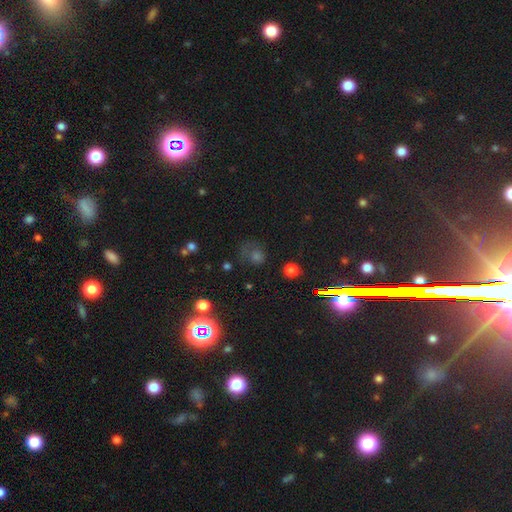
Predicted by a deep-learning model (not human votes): Smooth or featured? smooth (44%, tied with star or artifact)
Merging? none (62%)